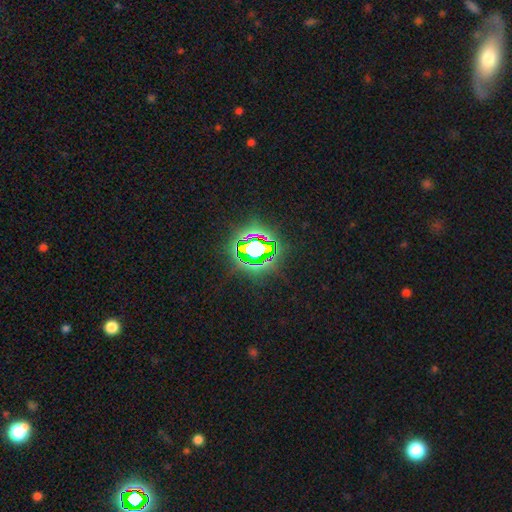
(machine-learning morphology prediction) Smooth or featured? Predicted: star or artifact (p=0.80).